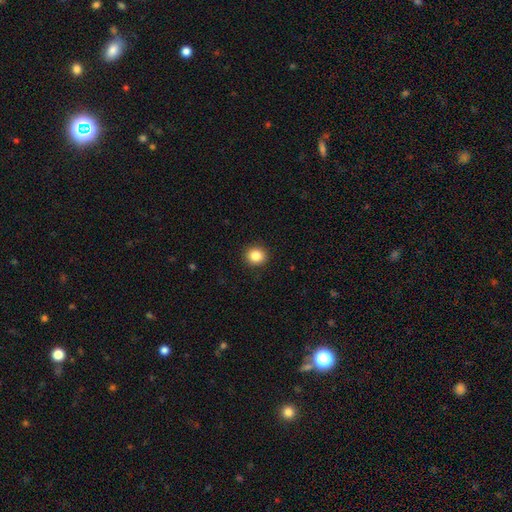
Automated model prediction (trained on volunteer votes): Smooth or featured? Predicted: smooth (p=0.85). How rounded? Predicted: round (p=0.86). Merging? Predicted: none (p=0.92).